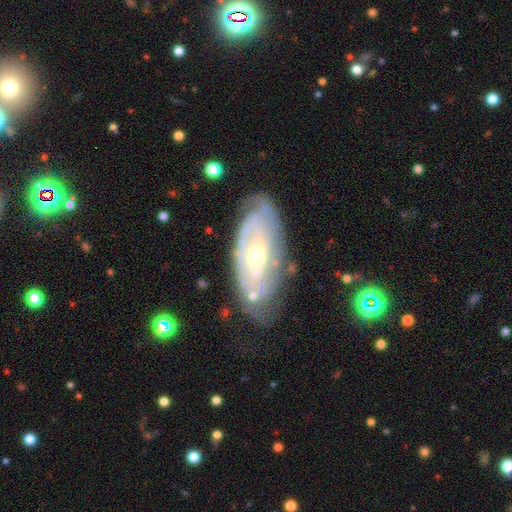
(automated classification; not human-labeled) Q: Smooth or featured?
A: featured or disk (80%); runner-up: smooth (14%)
Q: Edge-on disk?
A: no (90%); runner-up: yes (10%)
Q: Bar?
A: no (66%); runner-up: weak (25%)
Q: Spiral arms?
A: yes (84%); runner-up: no (16%)
Q: Spiral winding?
A: tight (75%); runner-up: medium (19%)
Q: Spiral arm count?
A: can't tell (57%); runner-up: 2 (20%)
Q: Bulge size?
A: small (49%); runner-up: moderate (47%)
Q: Merging?
A: none (69%); runner-up: minor disturbance (21%)